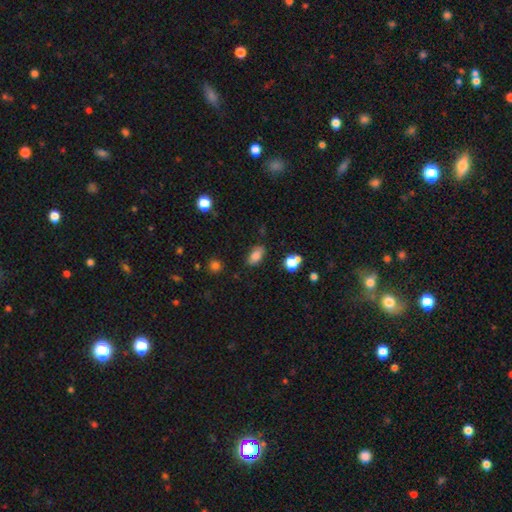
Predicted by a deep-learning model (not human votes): smooth 82%, star or artifact 11%, featured or disk 7%. Down the decision tree: how rounded — in between (89%); merging — none (80%).